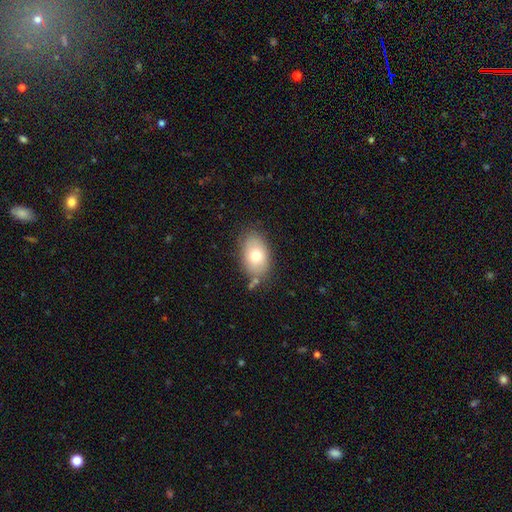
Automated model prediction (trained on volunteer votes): smooth 73%, featured or disk 19%, star or artifact 8%. Down the decision tree: how rounded — in between (87%); merging — none (75%).